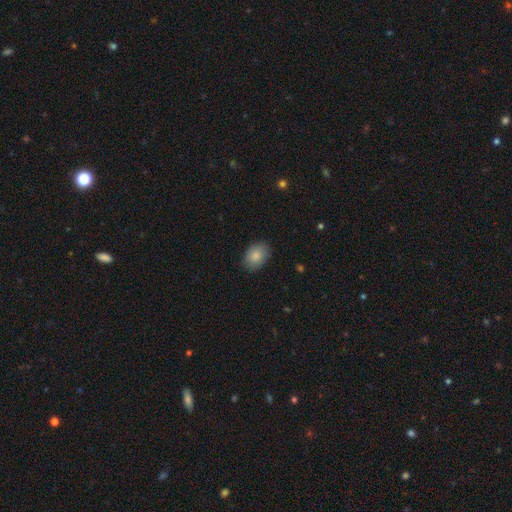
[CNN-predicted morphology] This appears to be a smooth galaxy with no disk features (86%) that is in between round and cigar-shaped (76%). Merging: none (84%).